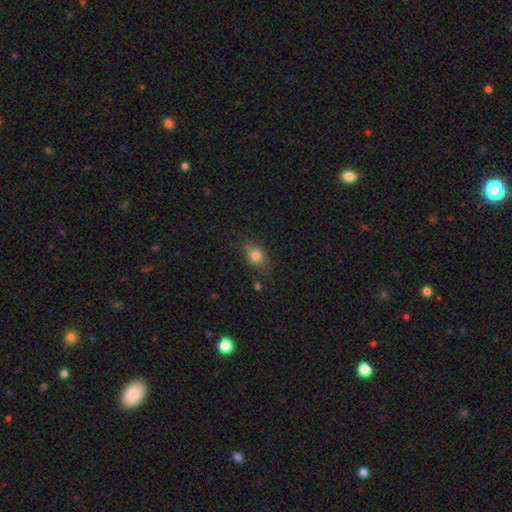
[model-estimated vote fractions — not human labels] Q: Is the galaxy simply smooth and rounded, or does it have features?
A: smooth — 78%.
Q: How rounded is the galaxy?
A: in between — 61%.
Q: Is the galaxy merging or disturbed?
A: none — 73%.